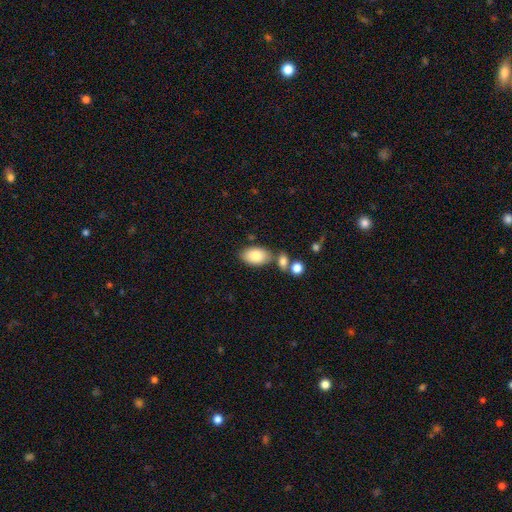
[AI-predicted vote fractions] The model was most divided on "merging": none: 69%, minor disturbance: 14%, merger: 13%, major disturbance: 4%. More confident: how rounded — in between (92%); smooth or featured — smooth (84%).